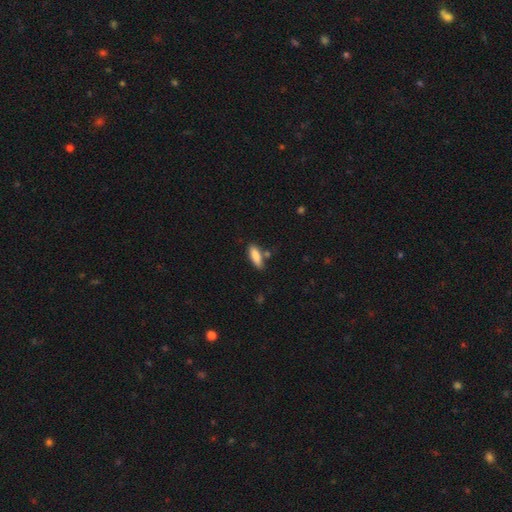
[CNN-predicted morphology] A smooth galaxy with no disk features (85%) that is in between round and cigar-shaped (57%). Merging: none (71%).